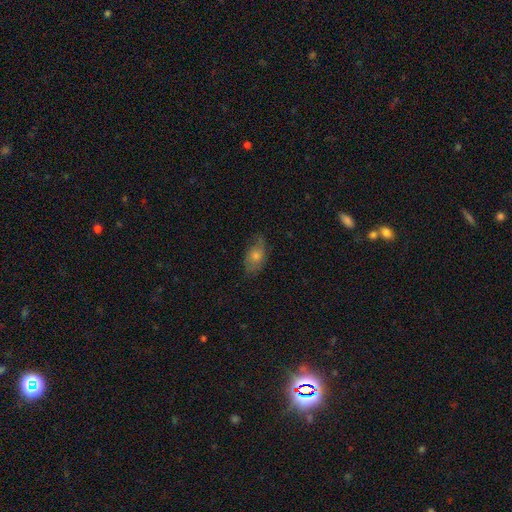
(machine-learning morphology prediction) A smooth galaxy with no disk features (53%) that is in between round and cigar-shaped (84%). Merging: none (66%).